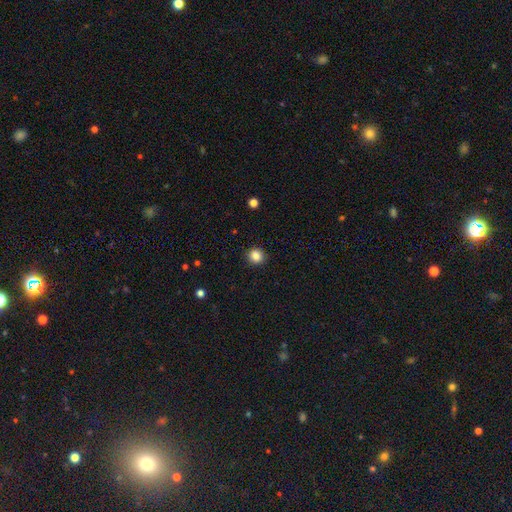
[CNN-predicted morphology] type=smooth (85%); roundness=round (88%); merging=none (90%).